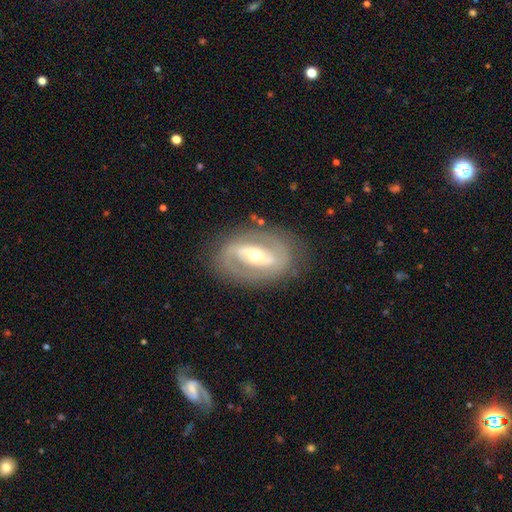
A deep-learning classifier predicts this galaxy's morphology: featured or disk 81%, smooth 14%, star or artifact 6%. Down the decision tree: edge-on disk — no (93%); bar — strong (53%); spiral arms — yes (71%); spiral arm count — 2 (78%); spiral winding — tight (41%); bulge size — moderate (58%); merging — none (79%).